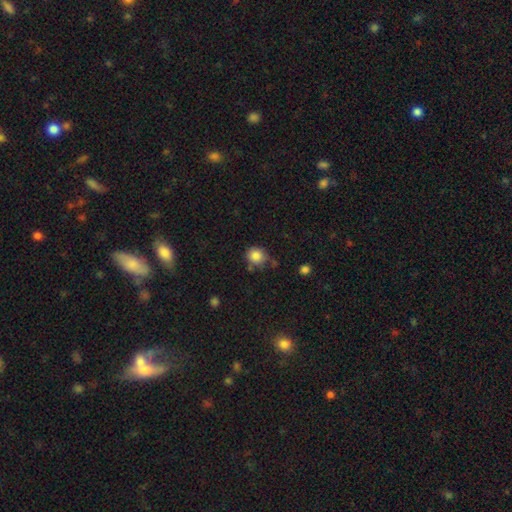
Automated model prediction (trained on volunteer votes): Overall: smooth (84%). How rounded: round (85%). Merging: none (69%).